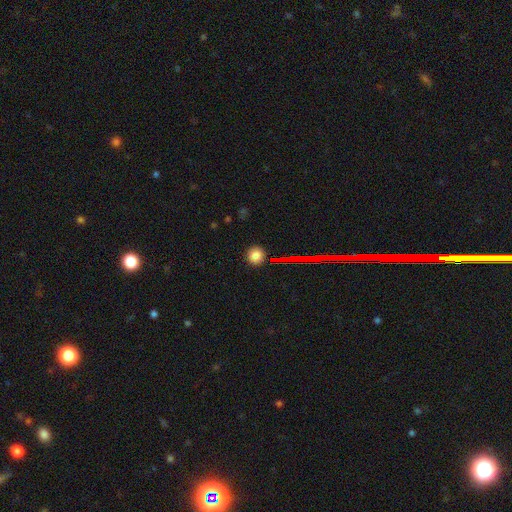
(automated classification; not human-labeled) smooth-or-featured: smooth: 79% | star or artifact: 14% | featured or disk: 6%
  how-rounded: round: 93% | in between: 6% | cigar-shaped: 1%
  merging: none: 89% | minor disturbance: 7% | major disturbance: 2% | merger: 2%